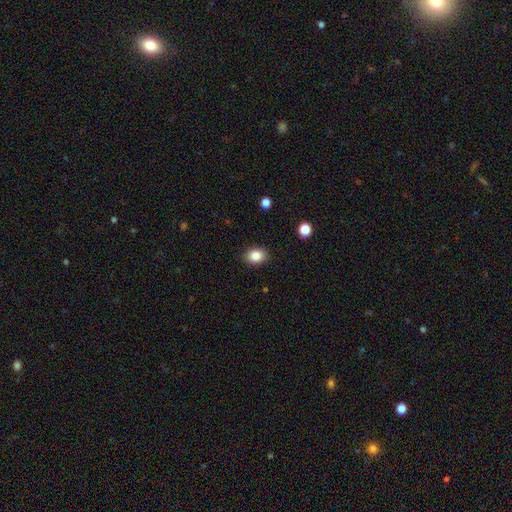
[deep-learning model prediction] Smooth or featured? smooth (86%)
How rounded? in between (71%)
Merging? none (88%)